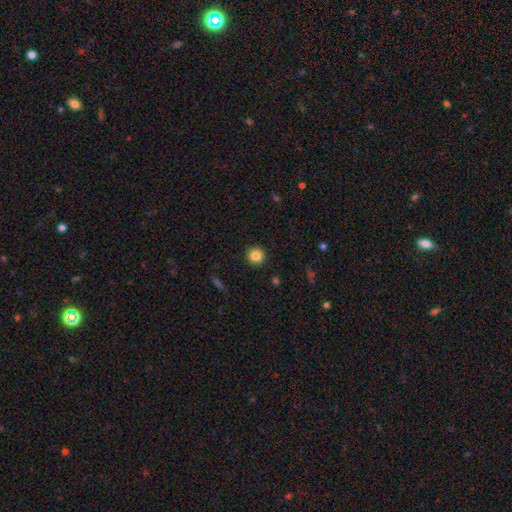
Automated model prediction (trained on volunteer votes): Smooth or featured: smooth — 85% (star or artifact — 10%)
How rounded: round — 94% (in between — 5%)
Merging: none — 92% (minor disturbance — 5%)